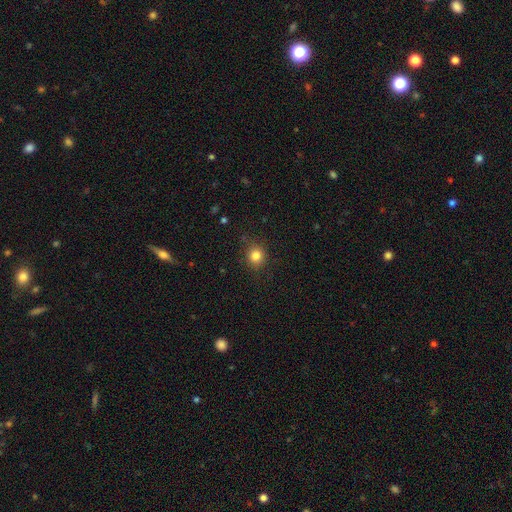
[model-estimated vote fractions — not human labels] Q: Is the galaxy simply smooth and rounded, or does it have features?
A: smooth — 82%.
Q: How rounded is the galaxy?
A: round — 86%.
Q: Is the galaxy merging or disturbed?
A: none — 85%.